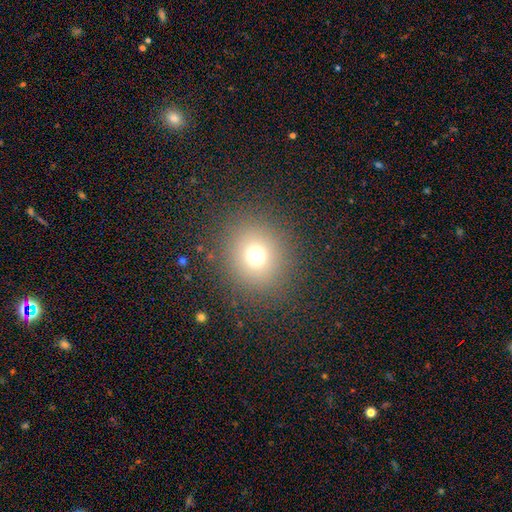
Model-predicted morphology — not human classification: Smooth or featured? smooth (69%)
How rounded? round (84%)
Merging? none (86%)